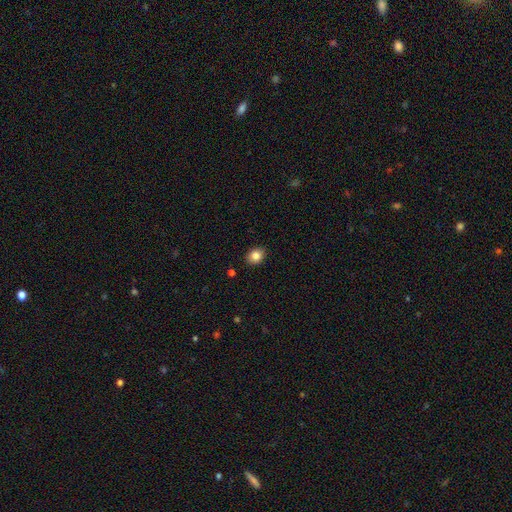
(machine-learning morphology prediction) This is clearly a smooth galaxy (84%). How rounded: possibly in between (51%). Merging: clearly none (89%).